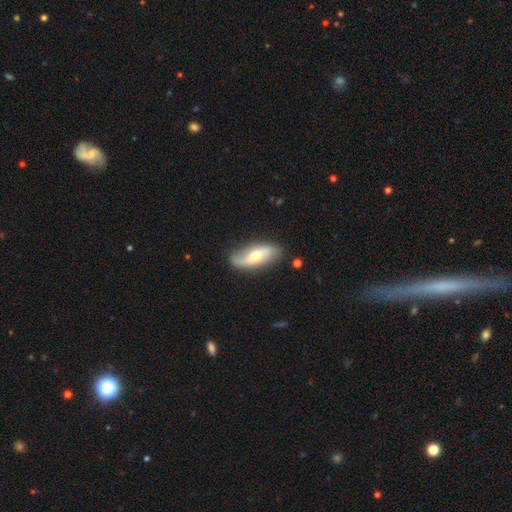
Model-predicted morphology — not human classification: A featured or disk galaxy (57%). Merging: none (79%).